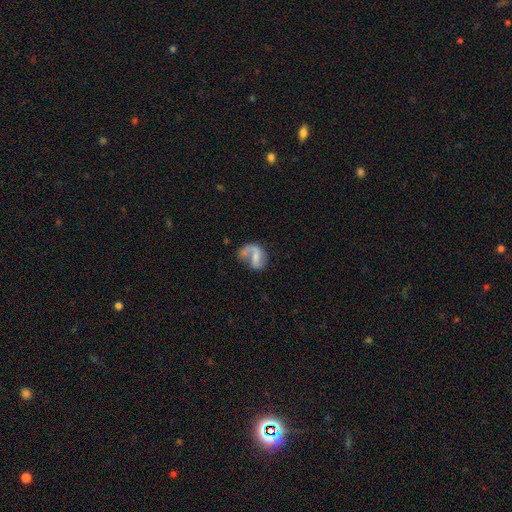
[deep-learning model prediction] Smooth or featured: featured or disk — 68% (smooth — 25%)
Edge-on disk: no — 98% (yes — 2%)
Bar: weak — 44% (no — 30%)
Spiral arms: yes — 81% (no — 19%)
Spiral winding: loose — 54% (medium — 34%)
Spiral arm count: 2 — 48% (1 — 45%)
Bulge size: small — 44% (none — 27%)
Merging: none — 38% (major disturbance — 31%)